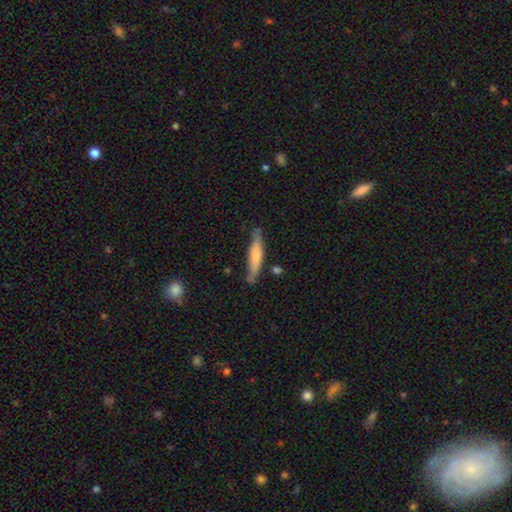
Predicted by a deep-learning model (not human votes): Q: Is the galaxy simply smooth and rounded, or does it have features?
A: smooth — 63%.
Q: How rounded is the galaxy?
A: cigar-shaped — 87%.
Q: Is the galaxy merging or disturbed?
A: none — 74%.